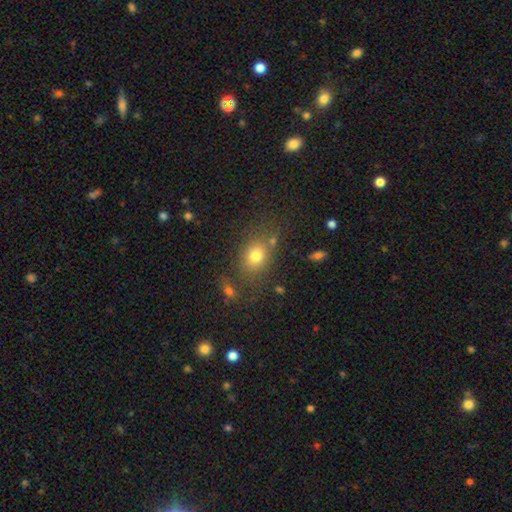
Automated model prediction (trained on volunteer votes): smooth_or_featured: smooth (p=0.75) [alt: star or artifact p=0.14]
how_rounded: in between (p=0.58) [alt: round p=0.40]
merging: none (p=0.70) [alt: minor disturbance p=0.16]